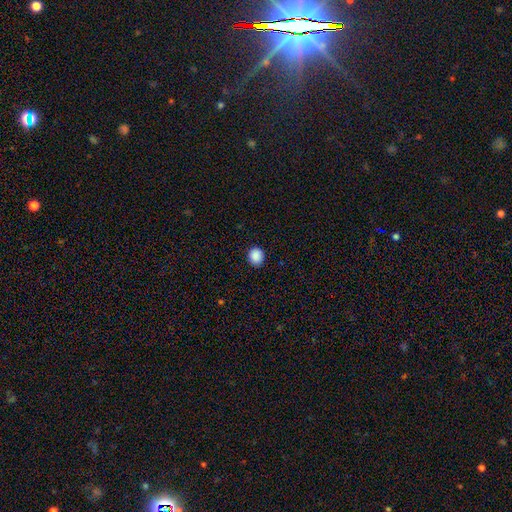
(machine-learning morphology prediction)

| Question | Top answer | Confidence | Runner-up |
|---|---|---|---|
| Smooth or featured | smooth | 89% | star or artifact (9%) |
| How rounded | round | 77% | in between (22%) |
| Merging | none | 90% | minor disturbance (7%) |